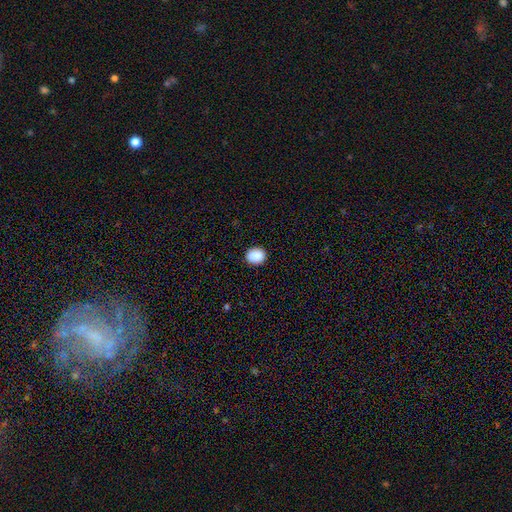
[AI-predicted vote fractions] Smooth or featured: smooth — 89% (star or artifact — 8%)
How rounded: round — 60% (in between — 39%)
Merging: none — 90% (minor disturbance — 7%)